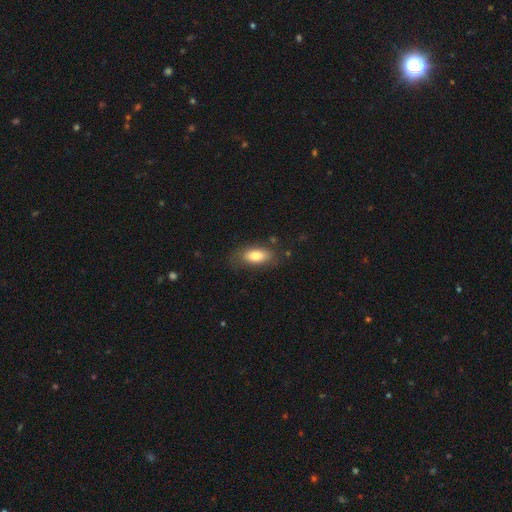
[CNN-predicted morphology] This is likely a smooth galaxy (79%). How rounded: clearly in between (86%). Merging: likely none (73%).